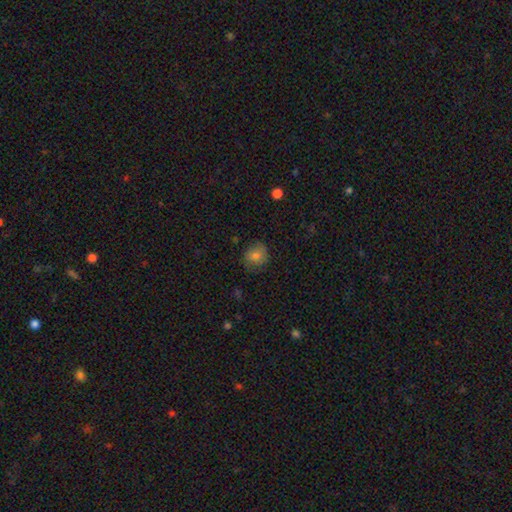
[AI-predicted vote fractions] This appears to be a smooth galaxy with no disk features (75%) that is round (77%). Merging: none (76%).